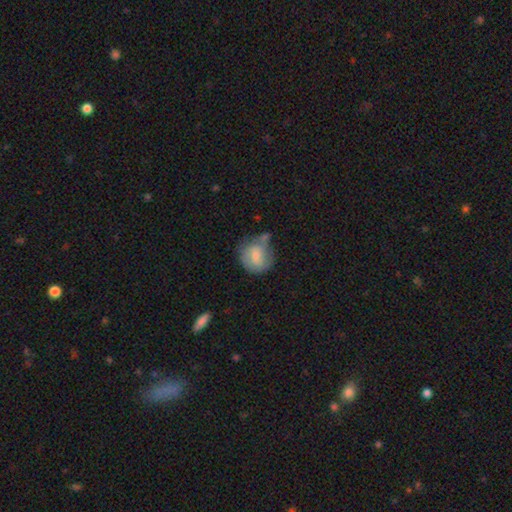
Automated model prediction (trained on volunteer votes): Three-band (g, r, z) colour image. It shows a smooth galaxy with no disk features (64%) that is round (80%). Merging: none (44%).